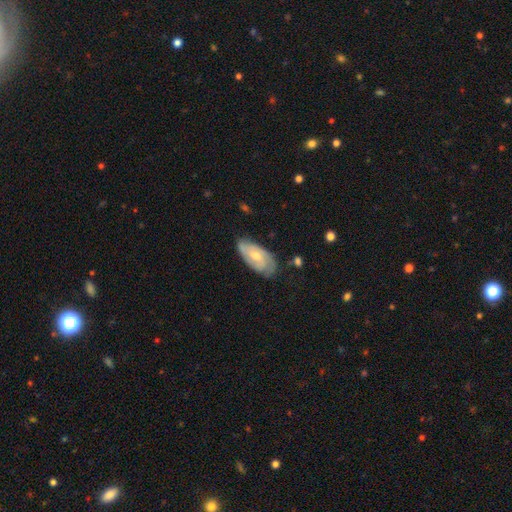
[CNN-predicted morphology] A featured or disk galaxy (64%) with no bar (57%), 2 (42%) tight (50%) spiral arms (89%) and a small central bulge (48%). Merging: none (69%).